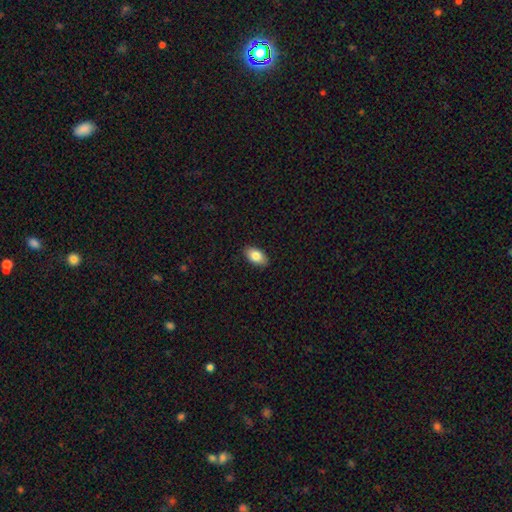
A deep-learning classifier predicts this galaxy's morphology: smooth-or-featured: smooth: 83% | featured or disk: 10% | star or artifact: 7%
  how-rounded: in between: 93% | round: 5% | cigar-shaped: 2%
  merging: none: 89% | minor disturbance: 9% | major disturbance: 2% | merger: 1%